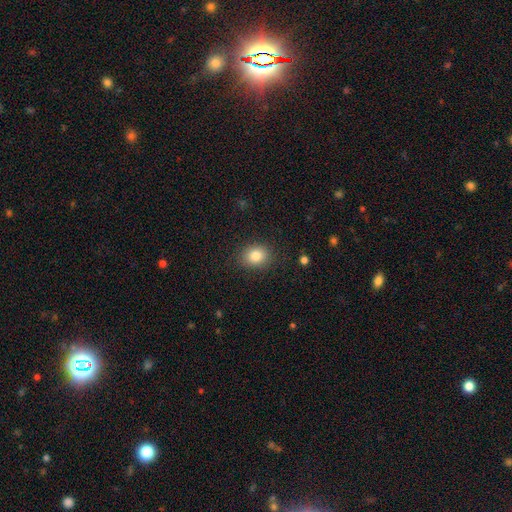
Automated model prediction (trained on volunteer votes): A smooth galaxy with no disk features (83%) that is in between round and cigar-shaped (52%). Merging: none (87%).